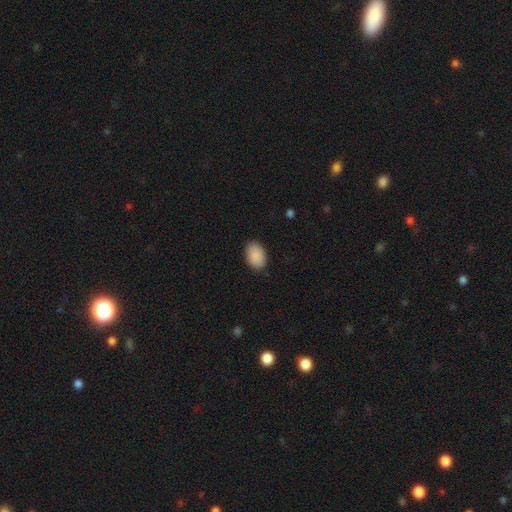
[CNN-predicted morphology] A smooth galaxy with no disk features (91%) that is in between round and cigar-shaped (86%).

Vote fractions:
- Smooth or featured? smooth: 91% / star or artifact: 6% / featured or disk: 3%
- How rounded? in between: 86% / round: 13% / cigar-shaped: 1%
- Merging? none: 88% / minor disturbance: 9% / major disturbance: 2% / merger: 1%